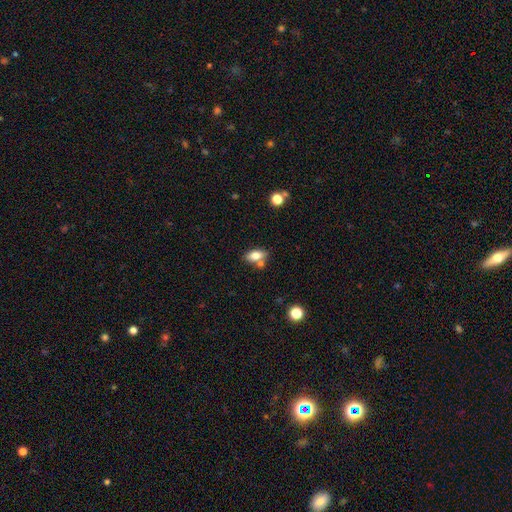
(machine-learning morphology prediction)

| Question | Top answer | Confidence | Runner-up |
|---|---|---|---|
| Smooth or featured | smooth | 74% | featured or disk (17%) |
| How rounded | in between | 86% | cigar-shaped (7%) |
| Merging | none | 63% | merger (21%) |